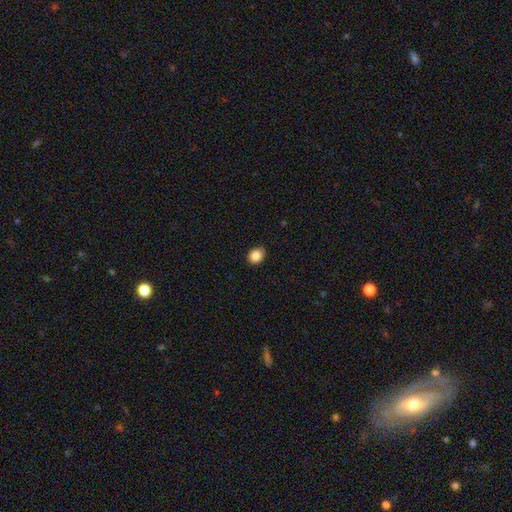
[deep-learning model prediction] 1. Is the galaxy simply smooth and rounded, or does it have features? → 86% smooth, 9% star or artifact, 4% featured or disk.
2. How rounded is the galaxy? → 57% round, 42% in between, 1% cigar-shaped.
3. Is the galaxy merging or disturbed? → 87% none, 10% minor disturbance, 2% major disturbance, 1% merger.